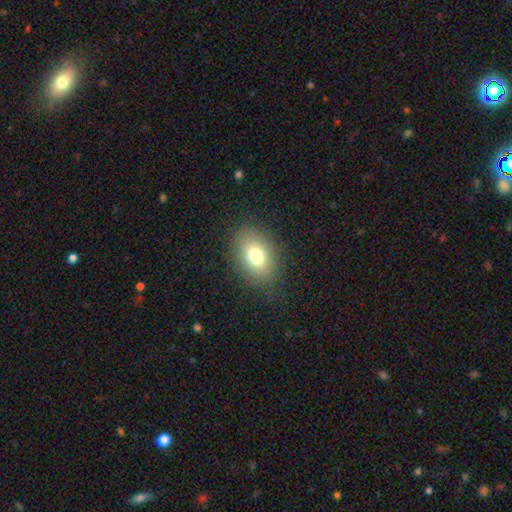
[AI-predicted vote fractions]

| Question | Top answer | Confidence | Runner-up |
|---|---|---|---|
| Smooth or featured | smooth | 76% | star or artifact (12%) |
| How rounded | in between | 67% | round (31%) |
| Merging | none | 84% | minor disturbance (11%) |